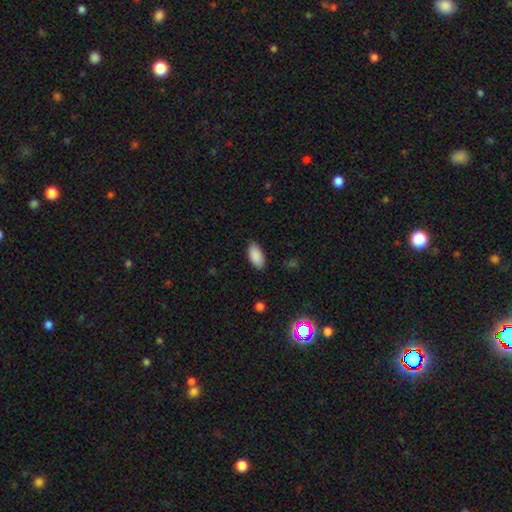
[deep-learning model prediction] Q: Smooth or featured?
A: smooth (89%); runner-up: star or artifact (7%)
Q: How rounded?
A: in between (94%); runner-up: cigar-shaped (4%)
Q: Merging?
A: none (83%); runner-up: minor disturbance (13%)